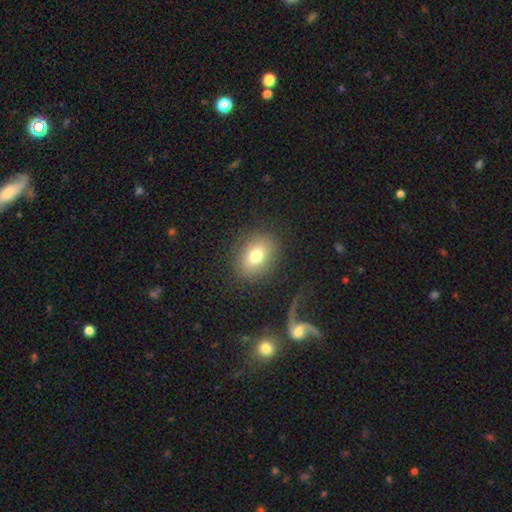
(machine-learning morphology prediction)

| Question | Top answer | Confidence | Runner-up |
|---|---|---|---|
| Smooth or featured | smooth | 75% | featured or disk (15%) |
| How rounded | in between | 60% | round (39%) |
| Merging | none | 84% | minor disturbance (9%) |